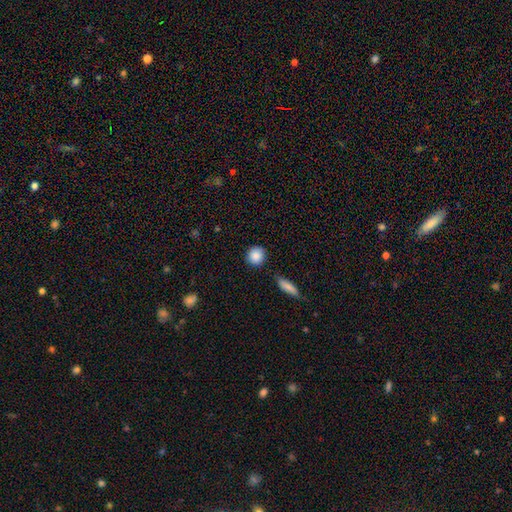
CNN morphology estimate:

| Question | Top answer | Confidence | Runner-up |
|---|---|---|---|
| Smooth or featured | smooth | 88% | star or artifact (8%) |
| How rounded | round | 88% | in between (10%) |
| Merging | none | 87% | minor disturbance (8%) |